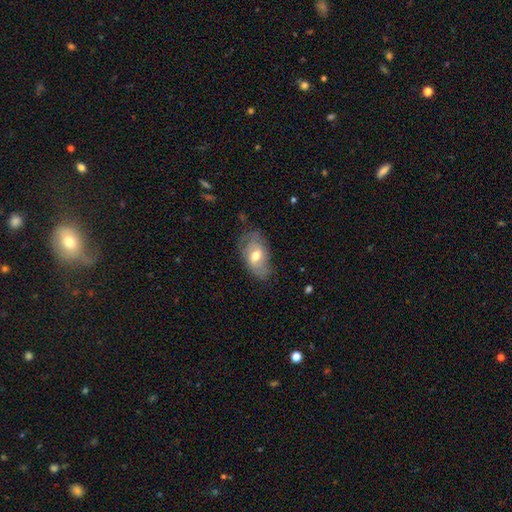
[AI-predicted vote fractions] Morphology: type=smooth (49%); merging=none (62%).